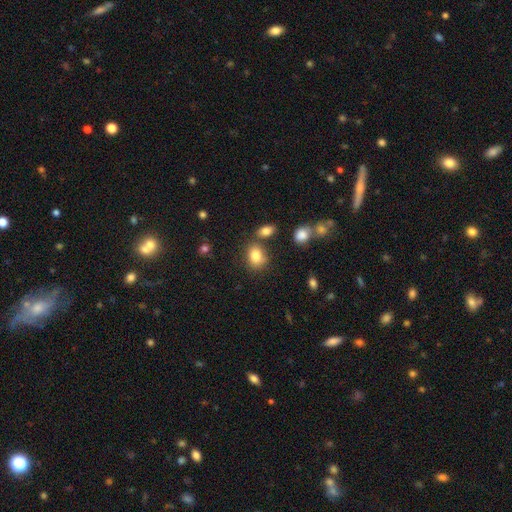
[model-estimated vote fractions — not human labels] Morphology: type=smooth (83%); roundness=in between (60%); merging=none (68%).